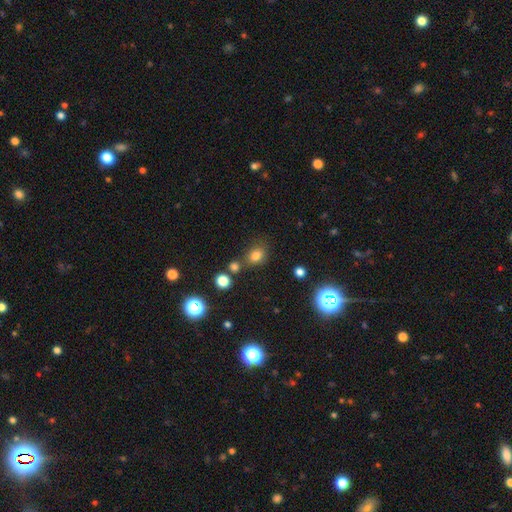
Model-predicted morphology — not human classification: Smooth or featured?
  - smooth: 76% *
  - star or artifact: 17%
  - featured or disk: 7%
How rounded?
  - round: 52% *
  - in between: 47%
  - cigar-shaped: 1%
Merging?
  - none: 69% *
  - minor disturbance: 13%
  - merger: 13%
  - major disturbance: 5%